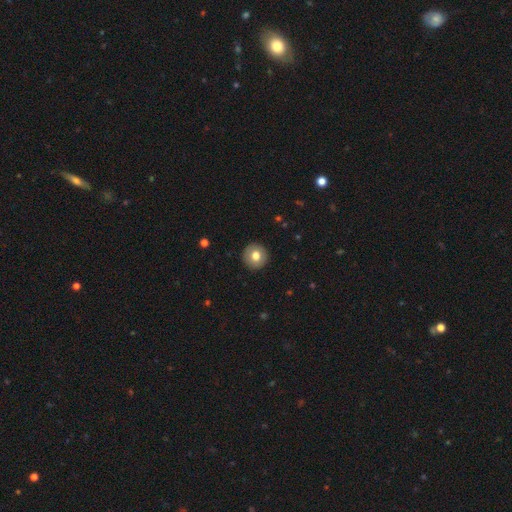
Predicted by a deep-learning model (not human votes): Morphology: type=smooth (77%); roundness=round (94%); merging=none (92%).